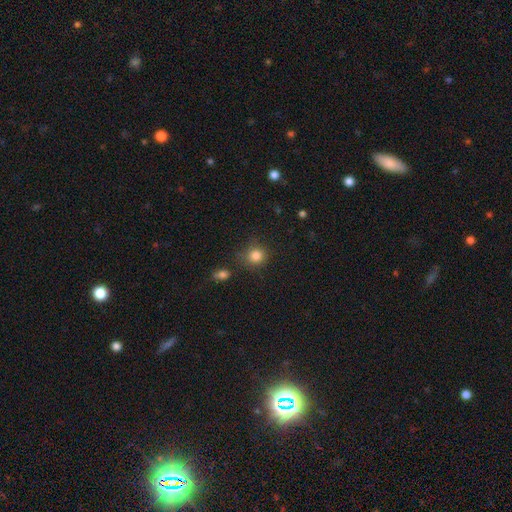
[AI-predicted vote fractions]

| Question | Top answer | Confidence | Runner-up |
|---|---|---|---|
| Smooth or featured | smooth | 83% | star or artifact (12%) |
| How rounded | round | 88% | in between (11%) |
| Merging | none | 79% | minor disturbance (13%) |